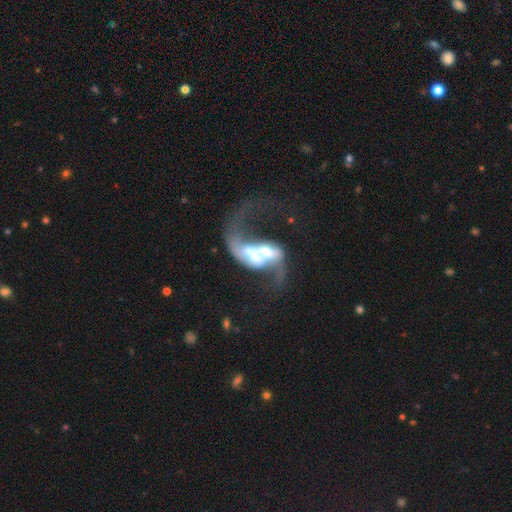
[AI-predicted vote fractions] featured or disk 75%, smooth 18%, star or artifact 7%. Down the decision tree: edge-on disk — no (95%); bar — no (45%); spiral arms — yes (74%); spiral arm count — 2 (73%); spiral winding — loose (85%); bulge size — moderate (45%); merging — merger (74%).